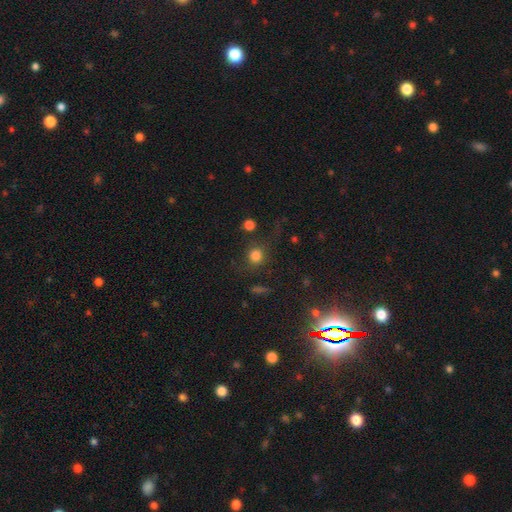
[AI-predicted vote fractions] Smooth or featured? smooth (77%)
How rounded? round (84%)
Merging? none (67%)